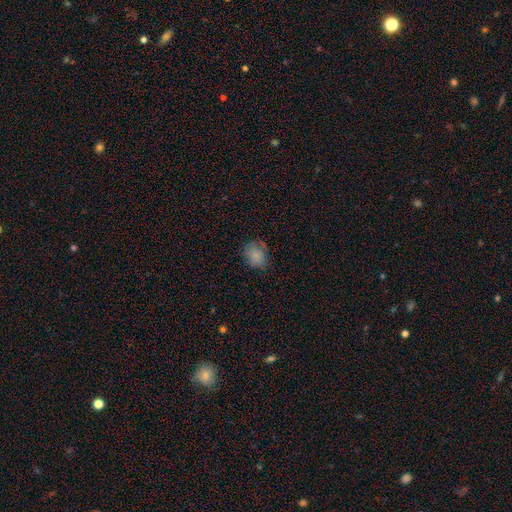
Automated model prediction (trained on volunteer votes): smooth 80%, featured or disk 10%, star or artifact 10%. Down the decision tree: how rounded — round (56%); merging — none (69%).